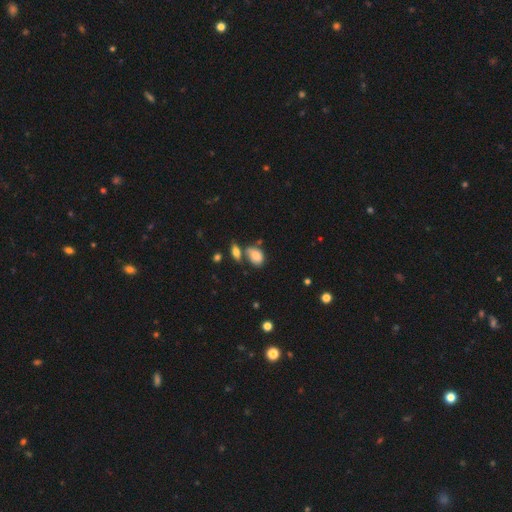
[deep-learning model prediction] This appears to be a smooth galaxy with no disk features (80%) that is in between round and cigar-shaped (82%). Merging: none (47%).